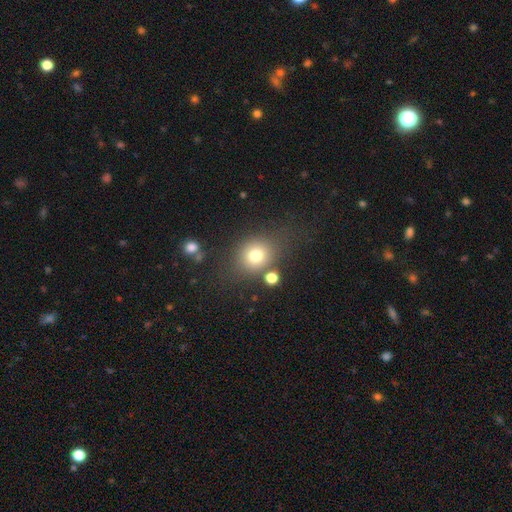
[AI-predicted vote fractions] smooth 74%, star or artifact 14%, featured or disk 12%. Down the decision tree: how rounded — round (69%); merging — none (67%).